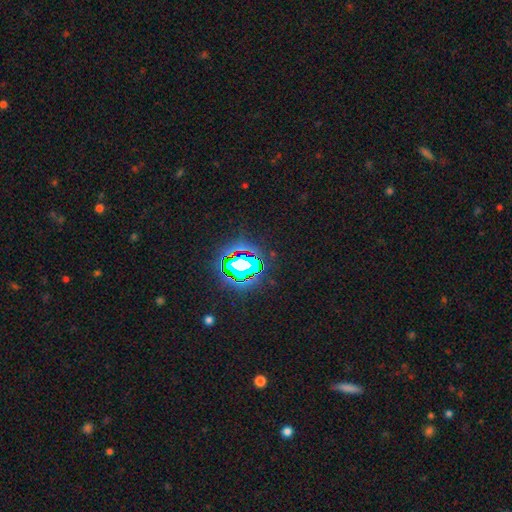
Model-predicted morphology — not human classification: A star or artifact, not a galaxy (84%).